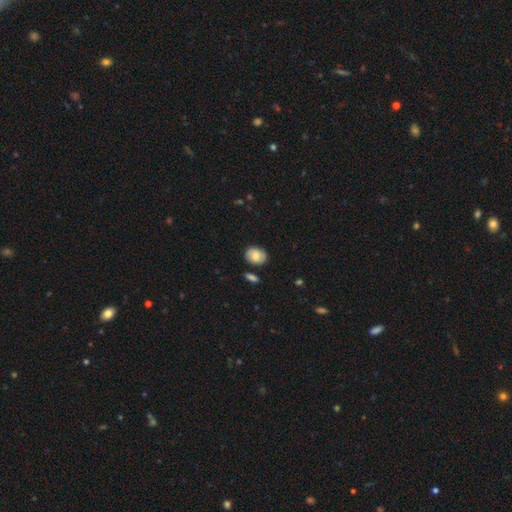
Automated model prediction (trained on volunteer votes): Q: Smooth or featured?
A: smooth (67%); runner-up: featured or disk (26%)
Q: How rounded?
A: in between (64%); runner-up: round (35%)
Q: Merging?
A: none (78%); runner-up: minor disturbance (15%)